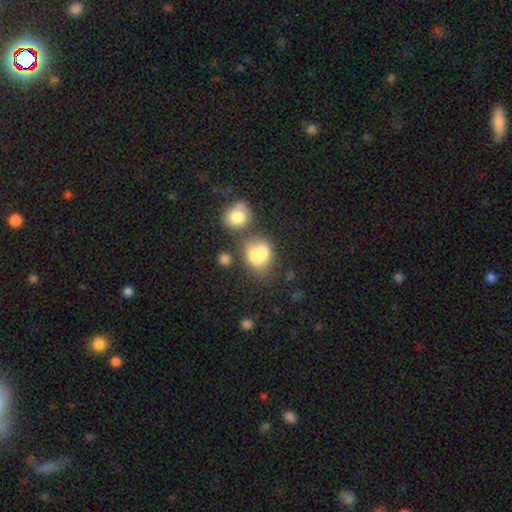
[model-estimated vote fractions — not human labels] This appears to be a smooth galaxy with no disk features (73%) that is round (53%). Merging: merger (44%).